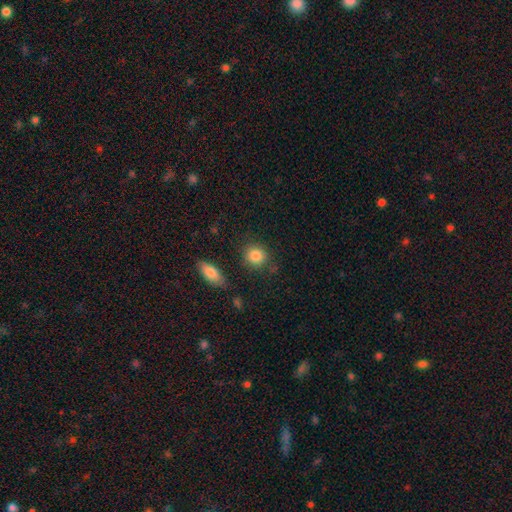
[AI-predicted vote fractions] Smooth or featured?
  - smooth: 86% *
  - star or artifact: 8%
  - featured or disk: 6%
How rounded?
  - round: 78% *
  - in between: 21%
  - cigar-shaped: 2%
Merging?
  - none: 80% *
  - minor disturbance: 12%
  - merger: 5%
  - major disturbance: 4%